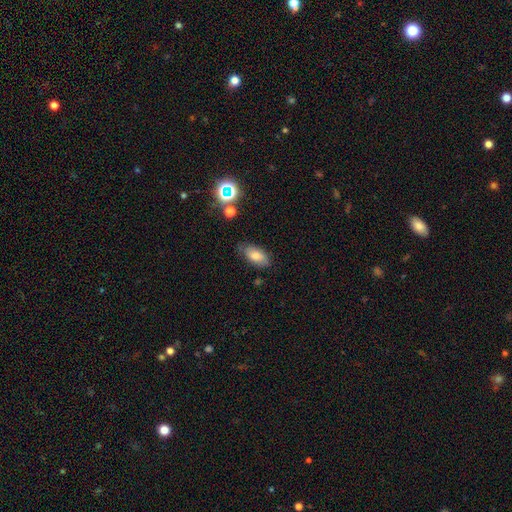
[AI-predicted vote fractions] Smooth or featured? Predicted: smooth (p=0.78). How rounded? Predicted: in between (p=0.90). Merging? Predicted: none (p=0.75).